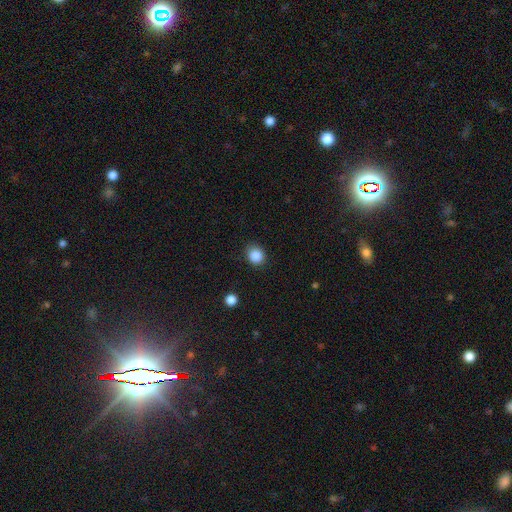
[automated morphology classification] A smooth galaxy with no disk features (87%) that is round (76%).

Vote fractions:
- Smooth or featured? smooth: 87% / star or artifact: 10% / featured or disk: 3%
- How rounded? round: 76% / in between: 23% / cigar-shaped: 1%
- Merging? none: 86% / minor disturbance: 10% / major disturbance: 3% / merger: 1%